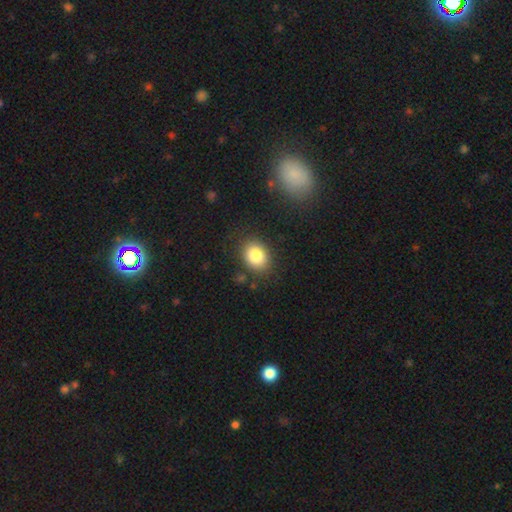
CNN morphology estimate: smooth-or-featured: smooth: 83% | star or artifact: 9% | featured or disk: 8%
  how-rounded: in between: 57% | round: 42% | cigar-shaped: 1%
  merging: none: 84% | minor disturbance: 10% | major disturbance: 3% | merger: 2%